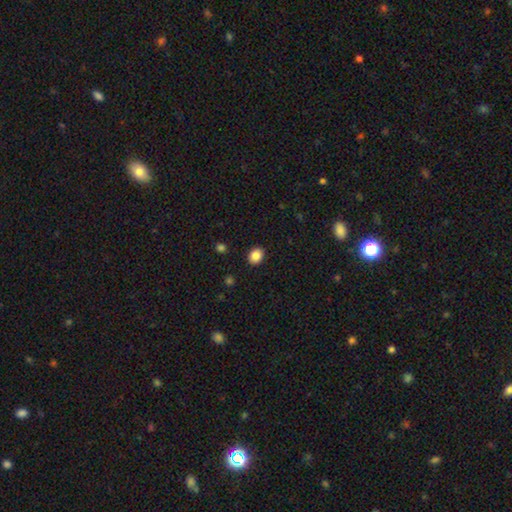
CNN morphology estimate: smooth-or-featured: smooth: 86% | star or artifact: 10% | featured or disk: 4%
  how-rounded: round: 58% | in between: 41% | cigar-shaped: 1%
  merging: none: 90% | minor disturbance: 7% | major disturbance: 2% | merger: 1%